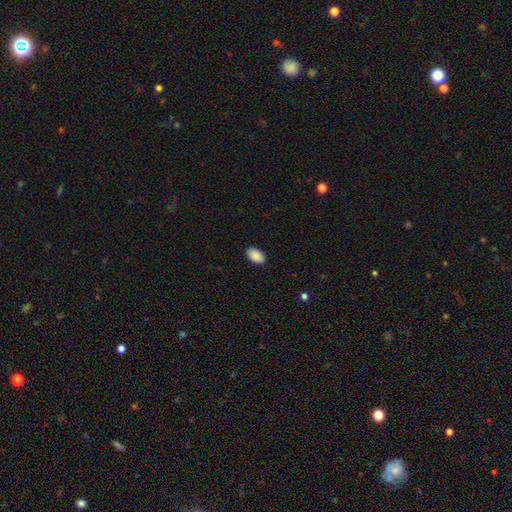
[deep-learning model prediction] The model was most divided on "merging": none: 89%, minor disturbance: 8%, major disturbance: 2%, merger: 1%. More confident: how rounded — in between (93%); smooth or featured — smooth (90%).